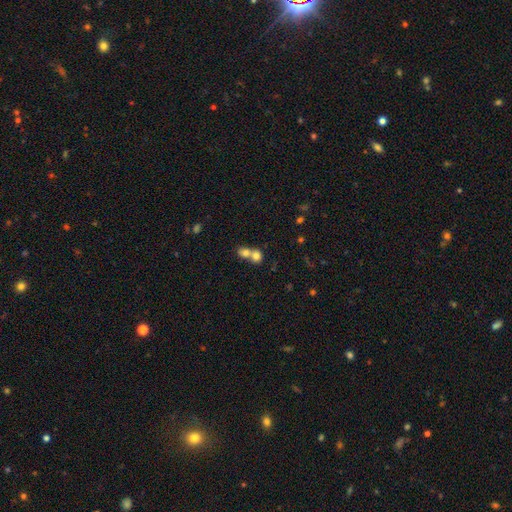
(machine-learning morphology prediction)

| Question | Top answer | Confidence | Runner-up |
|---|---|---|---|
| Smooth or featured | smooth | 75% | featured or disk (14%) |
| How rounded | round | 73% | in between (26%) |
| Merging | merger | 68% | none (25%) |